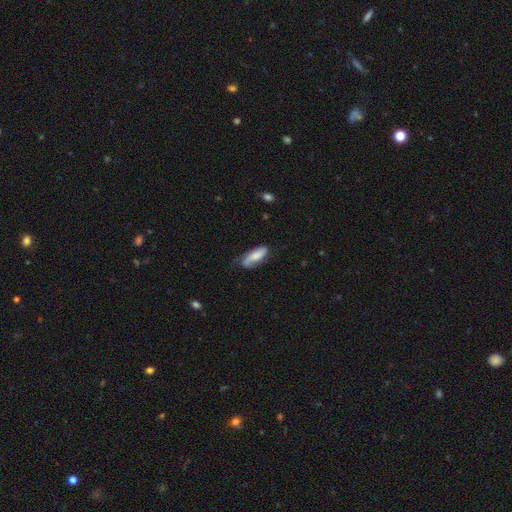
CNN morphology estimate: smooth 63%, featured or disk 31%, star or artifact 7%. Down the decision tree: how rounded — in between (70%); merging — none (52%).